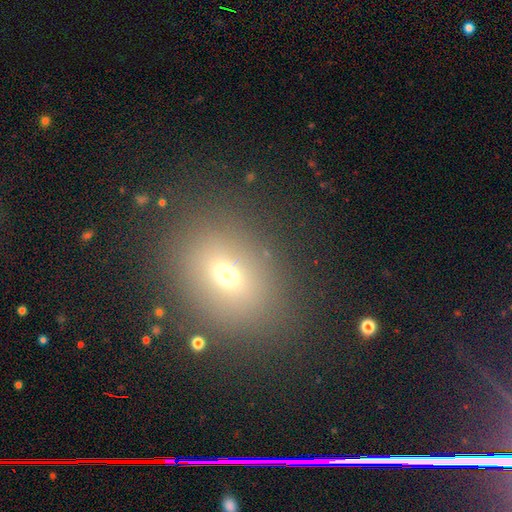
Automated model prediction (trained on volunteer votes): This appears to be a smooth galaxy with no disk features (52%) that is in between round and cigar-shaped (55%). Merging: none (85%).